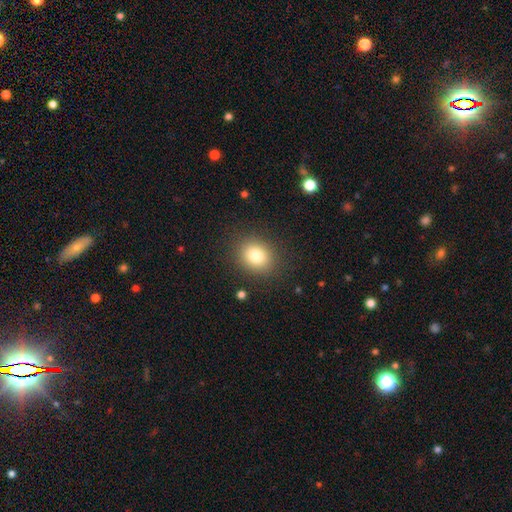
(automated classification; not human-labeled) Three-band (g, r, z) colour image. It shows a smooth galaxy with no disk features (81%) that is round (64%). Merging: none (87%).